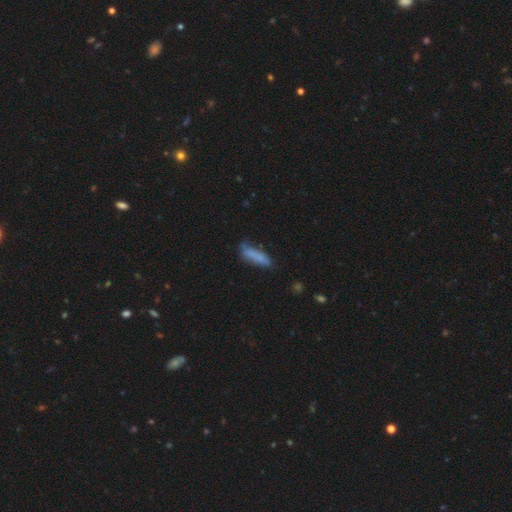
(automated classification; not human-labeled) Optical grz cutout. It shows a smooth galaxy with no disk features (78%) that is cigar-shaped (66%). Merging: none (58%).